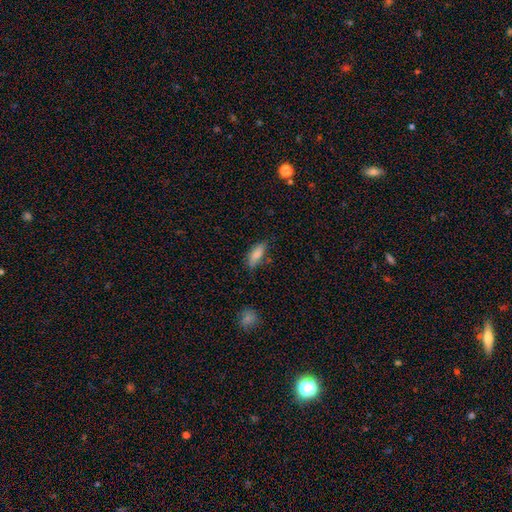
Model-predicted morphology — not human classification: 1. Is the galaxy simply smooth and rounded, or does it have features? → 83% smooth, 9% featured or disk, 8% star or artifact.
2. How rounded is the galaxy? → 68% in between, 30% cigar-shaped, 2% round.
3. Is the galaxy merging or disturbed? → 68% none, 24% minor disturbance, 5% major disturbance, 3% merger.